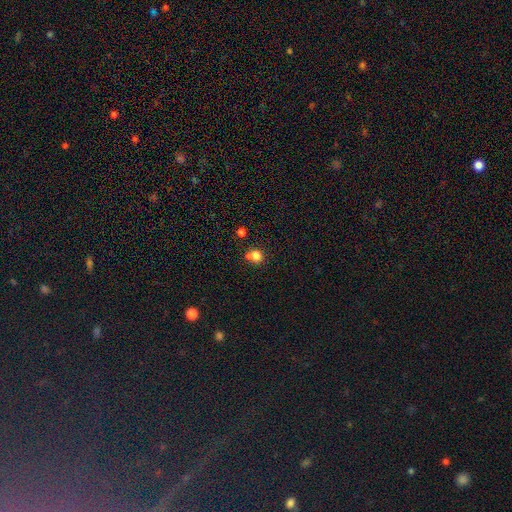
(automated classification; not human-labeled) This is likely a smooth galaxy (78%). How rounded: clearly round (81%). Merging: possibly none (53%).